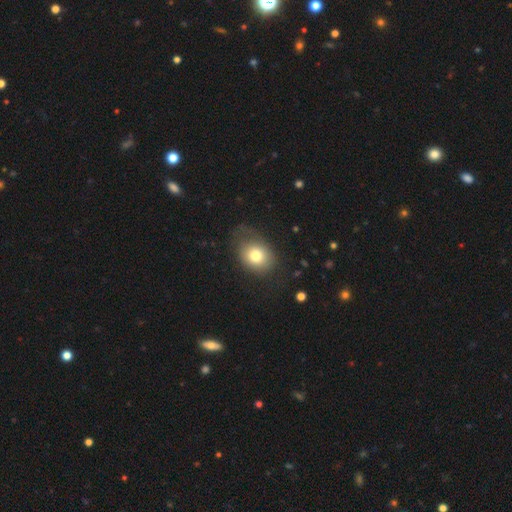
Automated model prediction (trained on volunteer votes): smooth_or_featured: smooth (p=0.75) [alt: featured or disk p=0.15]
how_rounded: in between (p=0.52) [alt: round p=0.47]
merging: none (p=0.57) [alt: minor disturbance p=0.26]